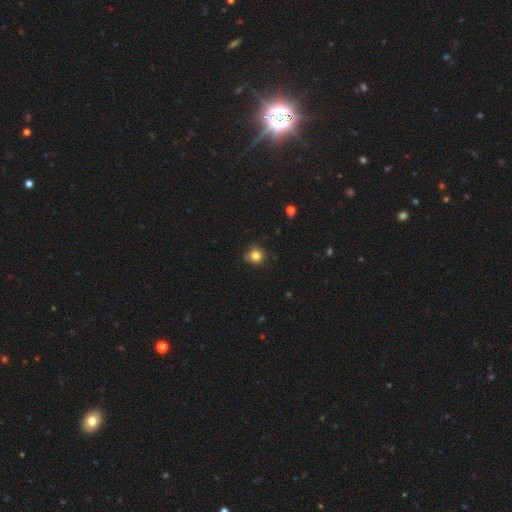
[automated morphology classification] This is clearly a smooth galaxy (83%). How rounded: clearly round (90%). Merging: clearly none (81%).